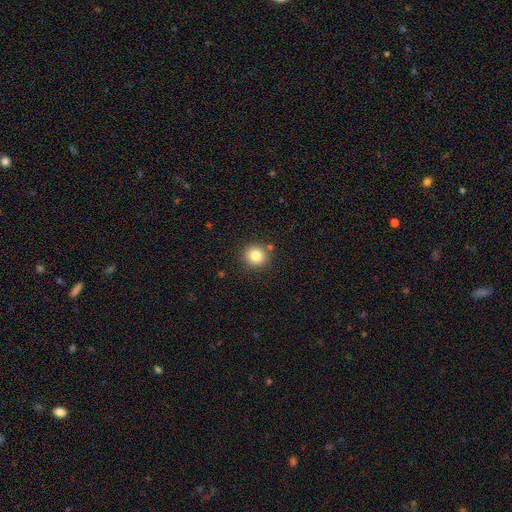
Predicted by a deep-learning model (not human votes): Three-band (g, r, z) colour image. It shows a smooth galaxy with no disk features (82%) that is round (89%). Merging: none (86%).